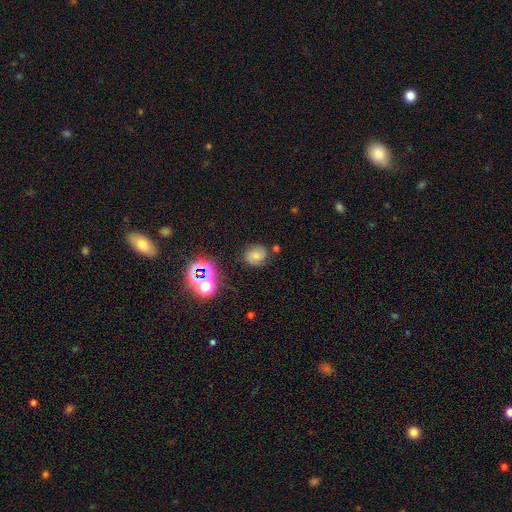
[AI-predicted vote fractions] Q: Smooth or featured?
A: smooth (52%); runner-up: featured or disk (27%)
Q: How rounded?
A: round (68%); runner-up: in between (31%)
Q: Merging?
A: none (76%); runner-up: minor disturbance (15%)